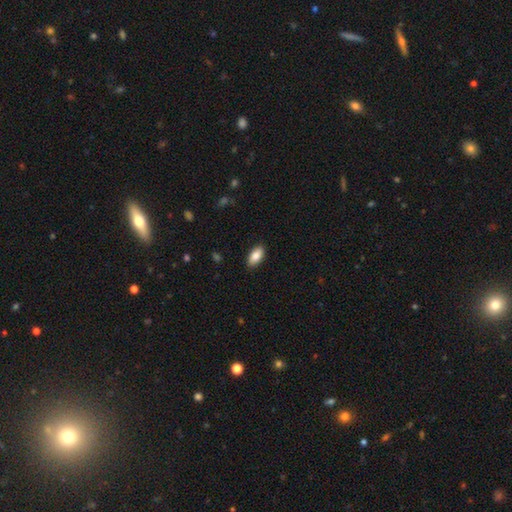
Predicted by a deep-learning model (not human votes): Morphology: type=smooth (85%); roundness=in between (92%); merging=none (89%).